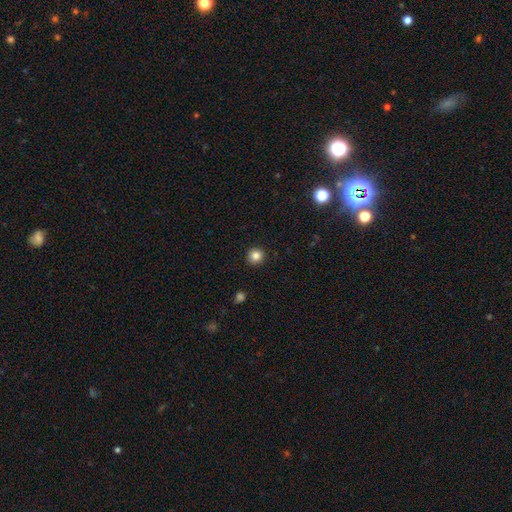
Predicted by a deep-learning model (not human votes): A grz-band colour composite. It shows a smooth galaxy with no disk features (84%) that is round (93%). Merging: none (92%).